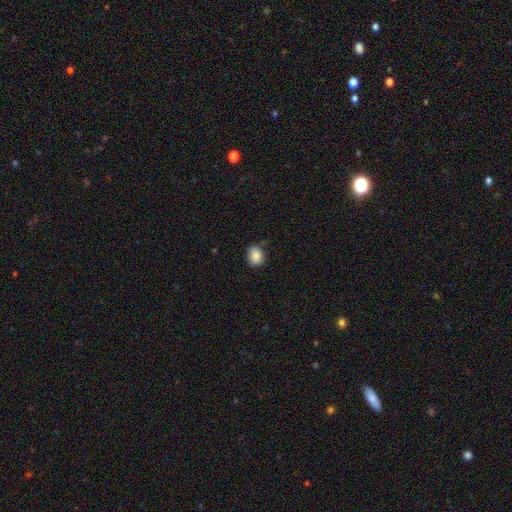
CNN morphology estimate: Smooth or featured?
  - smooth: 85% *
  - star or artifact: 9%
  - featured or disk: 6%
How rounded?
  - in between: 53% *
  - round: 46%
  - cigar-shaped: 1%
Merging?
  - none: 65% *
  - minor disturbance: 28%
  - major disturbance: 5%
  - merger: 2%